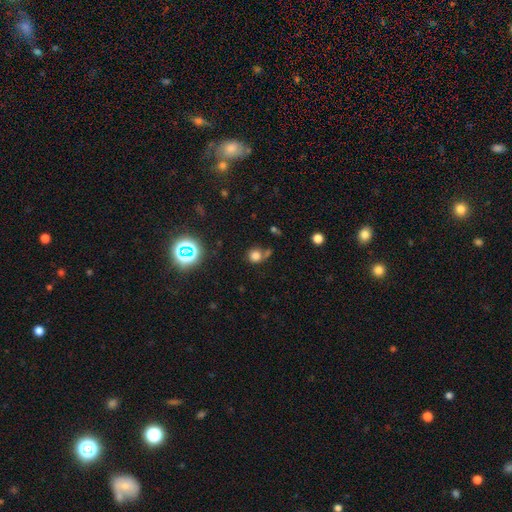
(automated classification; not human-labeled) The model was most divided on "merging": none: 61%, merger: 21%, minor disturbance: 12%, major disturbance: 6%. More confident: how rounded — round (88%); smooth or featured — smooth (73%).